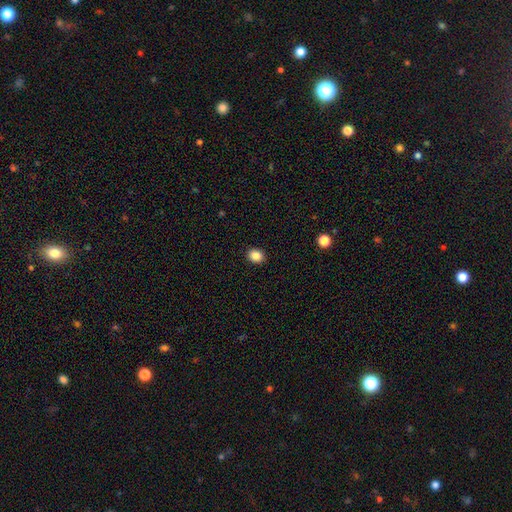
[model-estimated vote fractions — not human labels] This is clearly a smooth galaxy (86%). How rounded: likely round (60%). Merging: clearly none (92%).